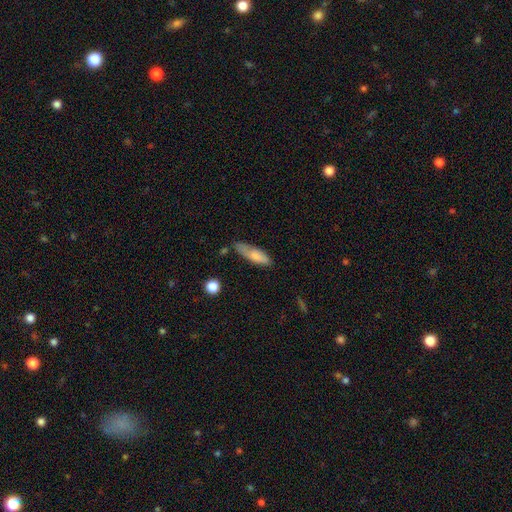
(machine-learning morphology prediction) type=smooth (74%); roundness=cigar-shaped (53%); merging=none (57%).